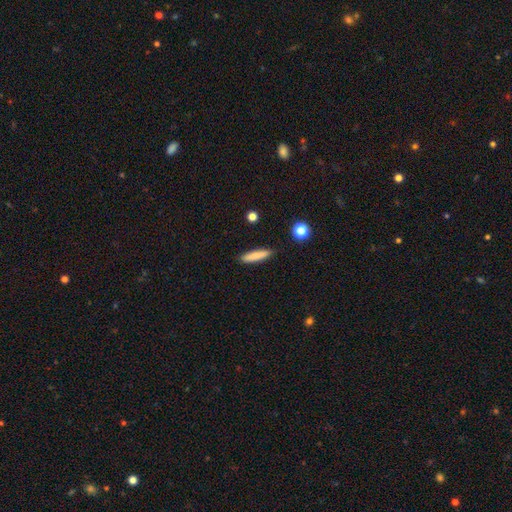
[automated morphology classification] This appears to be a smooth galaxy with no disk features (81%) that is cigar-shaped (84%). Merging: none (89%).